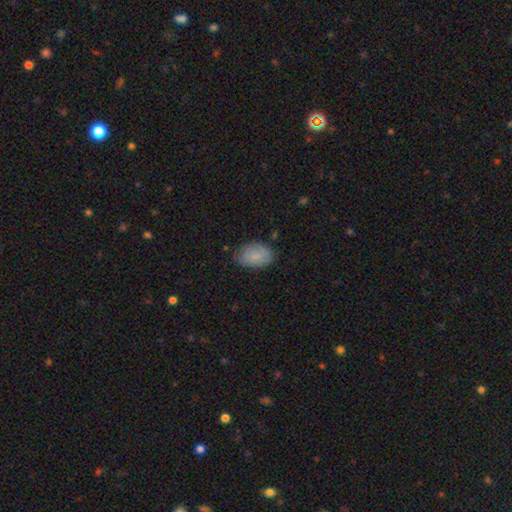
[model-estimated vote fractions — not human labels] A smooth galaxy with no disk features (84%) that is in between round and cigar-shaped (90%). Merging: none (80%).